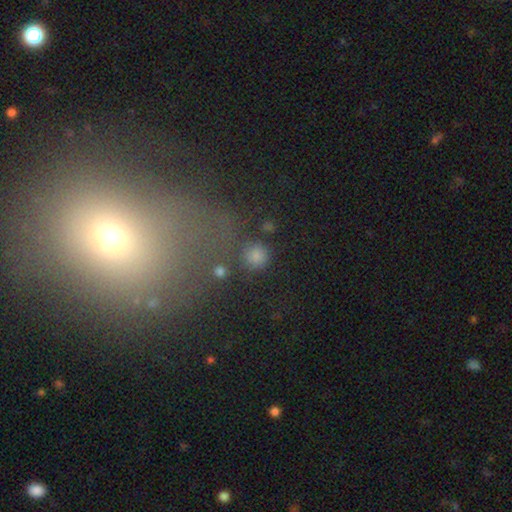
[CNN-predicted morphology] A smooth galaxy with no disk features (74%) that is round (93%). Merging: none (78%).